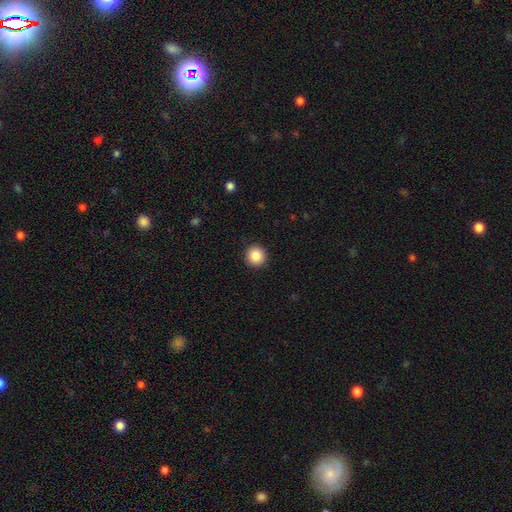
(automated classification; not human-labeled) Q: Smooth or featured?
A: smooth (88%); runner-up: star or artifact (9%)
Q: How rounded?
A: round (94%); runner-up: in between (5%)
Q: Merging?
A: none (93%); runner-up: minor disturbance (5%)